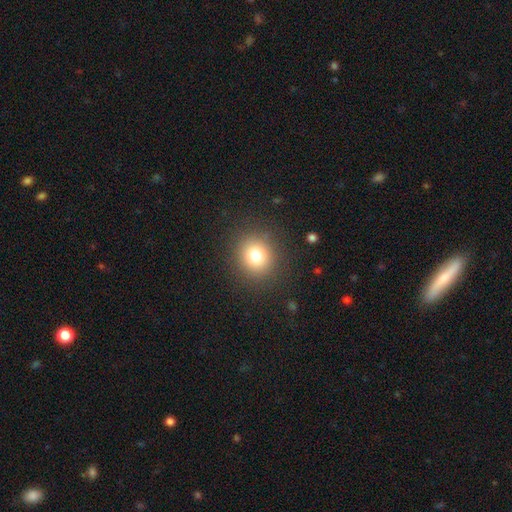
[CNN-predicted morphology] smooth-or-featured: smooth: 78% | star or artifact: 13% | featured or disk: 9%
  how-rounded: round: 88% | in between: 11% | cigar-shaped: 1%
  merging: none: 88% | minor disturbance: 7% | major disturbance: 4% | merger: 1%